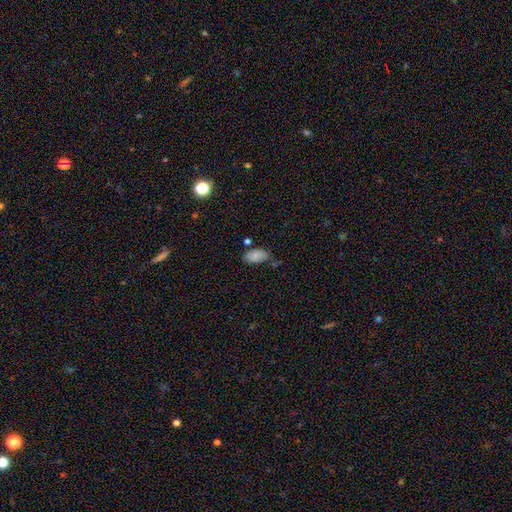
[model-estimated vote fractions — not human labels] A smooth galaxy with no disk features (83%) that is in between round and cigar-shaped (94%). Merging: none (67%).